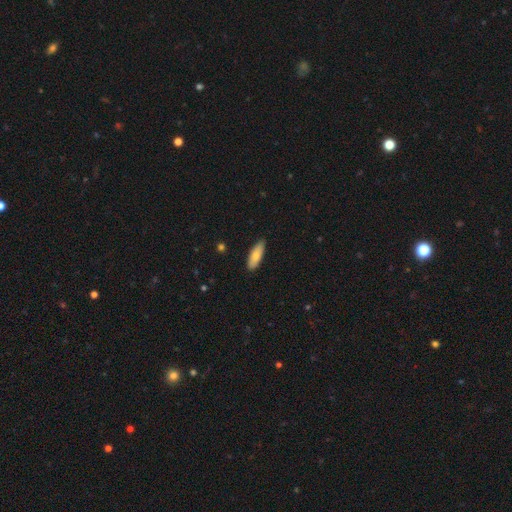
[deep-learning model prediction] Smooth or featured? smooth (76%)
How rounded? in between (60%)
Merging? none (85%)